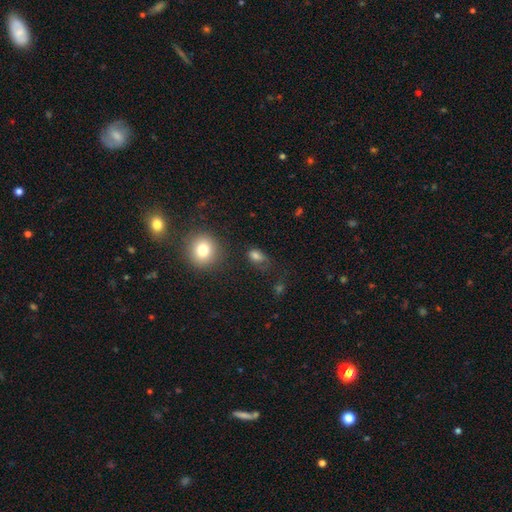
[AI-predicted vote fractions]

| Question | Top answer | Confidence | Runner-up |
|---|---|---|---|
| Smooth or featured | smooth | 75% | star or artifact (15%) |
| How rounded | in between | 77% | round (21%) |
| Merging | none | 52% | minor disturbance (26%) |